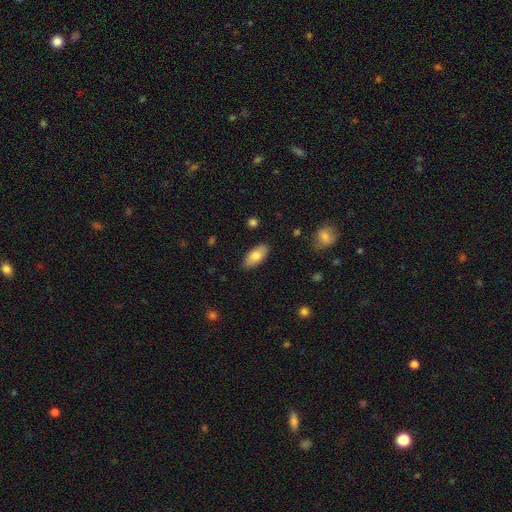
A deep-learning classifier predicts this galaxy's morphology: This is clearly a smooth galaxy (80%). How rounded: clearly in between (91%). Merging: clearly none (87%).